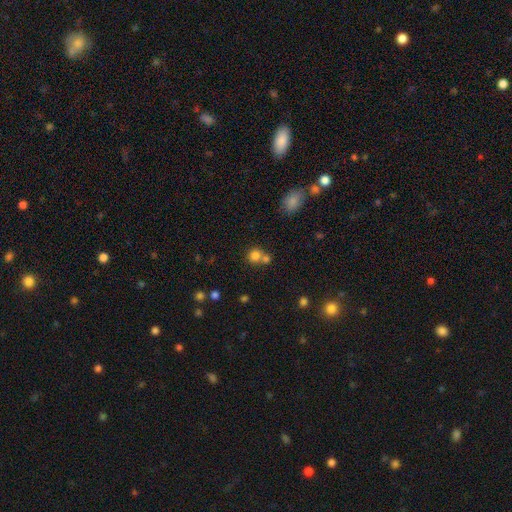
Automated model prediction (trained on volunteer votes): The model was most divided on "merging": none: 48%, merger: 41%, minor disturbance: 8%, major disturbance: 3%. More confident: how rounded — round (85%); smooth or featured — smooth (78%).